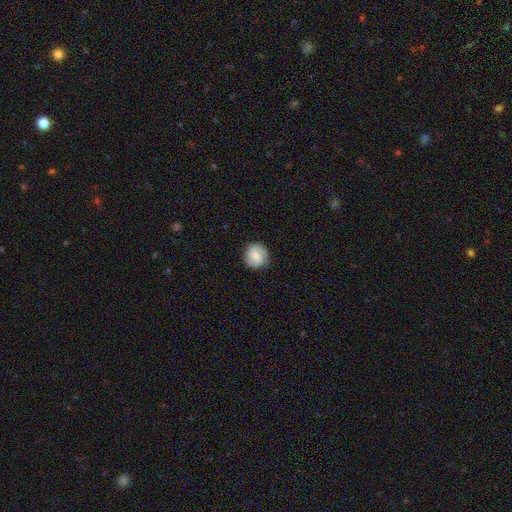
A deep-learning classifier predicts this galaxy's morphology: smooth-or-featured: smooth: 47% | featured or disk: 46% | star or artifact: 7%
  merging: none: 85% | minor disturbance: 11% | major disturbance: 3% | merger: 1%